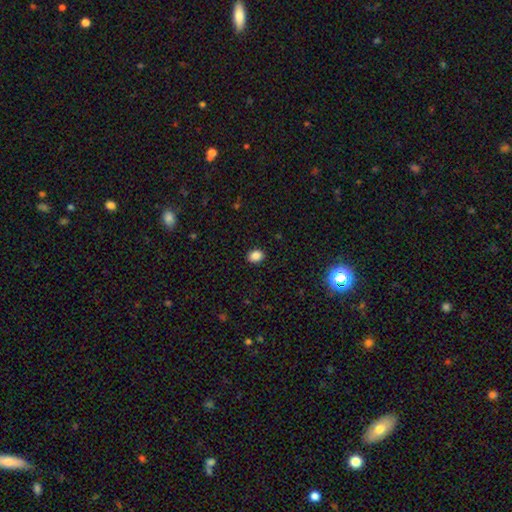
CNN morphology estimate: This is clearly a smooth galaxy (86%). How rounded: possibly in between (56%). Merging: clearly none (90%).